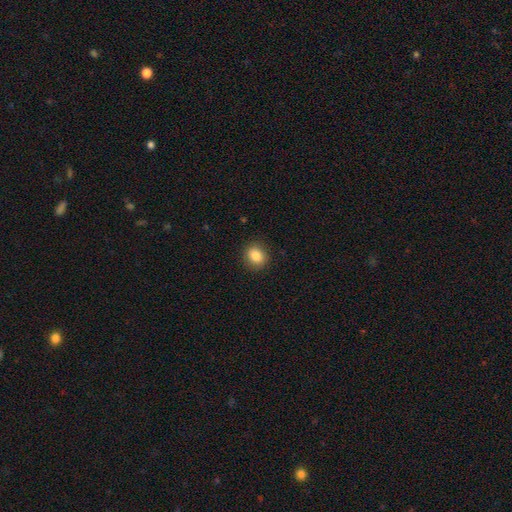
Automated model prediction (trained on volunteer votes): A smooth galaxy with no disk features (85%) that is round (69%).

Vote fractions:
- Smooth or featured? smooth: 85% / star or artifact: 10% / featured or disk: 5%
- How rounded? round: 69% / in between: 30% / cigar-shaped: 1%
- Merging? none: 89% / minor disturbance: 8% / major disturbance: 2% / merger: 1%